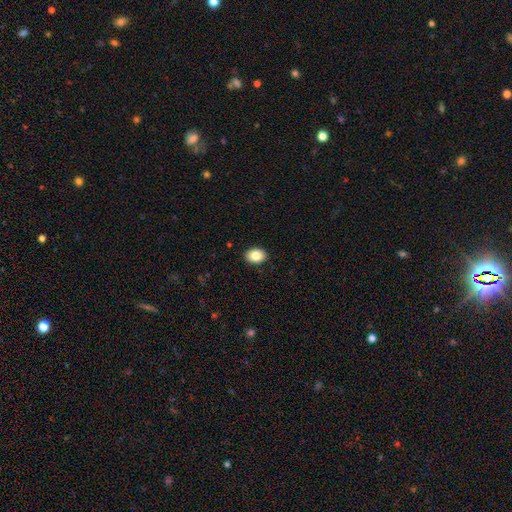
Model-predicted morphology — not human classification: Smooth or featured: smooth — 85% (star or artifact — 8%)
How rounded: in between — 74% (round — 25%)
Merging: none — 91% (minor disturbance — 7%)